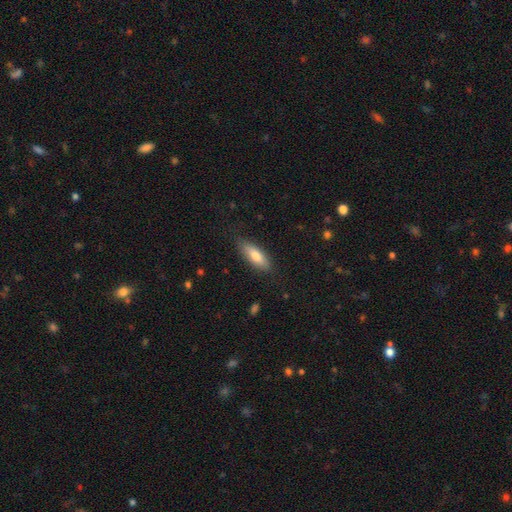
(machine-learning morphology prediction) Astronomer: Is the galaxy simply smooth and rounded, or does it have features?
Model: smooth — 74%.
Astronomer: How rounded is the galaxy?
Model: in between — 59% (runner-up: cigar-shaped, 39%).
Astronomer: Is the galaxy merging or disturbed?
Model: none — 83%.